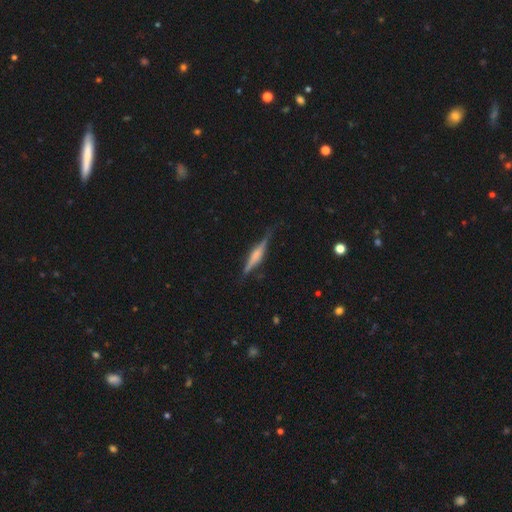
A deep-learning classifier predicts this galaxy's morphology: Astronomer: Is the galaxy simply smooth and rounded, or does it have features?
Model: featured or disk — 69%.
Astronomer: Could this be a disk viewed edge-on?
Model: yes — 97%.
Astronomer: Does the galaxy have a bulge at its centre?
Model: rounded — 60%.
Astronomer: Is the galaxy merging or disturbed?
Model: none — 81%.